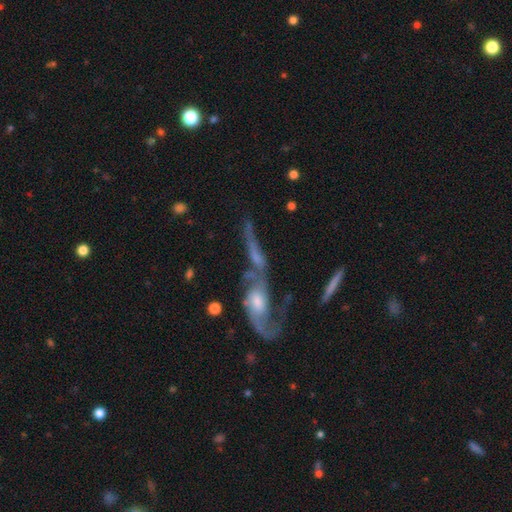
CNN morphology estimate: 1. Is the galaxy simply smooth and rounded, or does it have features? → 71% featured or disk, 19% smooth, 11% star or artifact.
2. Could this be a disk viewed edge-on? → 74% no, 26% yes.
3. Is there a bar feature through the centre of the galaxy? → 63% no, 29% weak, 8% strong.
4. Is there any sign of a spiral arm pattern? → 80% yes, 20% no.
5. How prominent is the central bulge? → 48% moderate, 29% small, 11% none, 10% large, 2% dominant.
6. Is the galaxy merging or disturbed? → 54% merger, 24% none, 13% major disturbance, 10% minor disturbance.